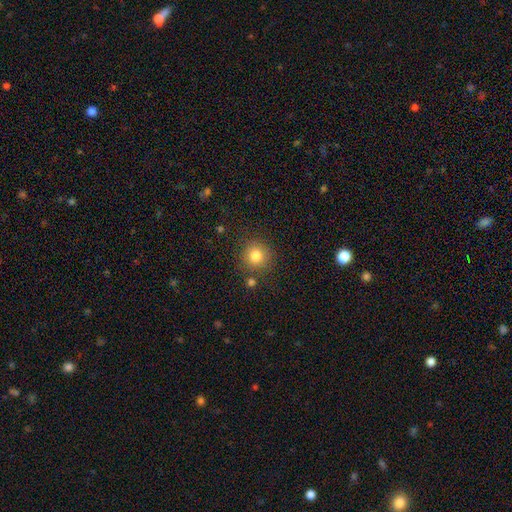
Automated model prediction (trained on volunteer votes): smooth_or_featured: smooth (p=0.81) [alt: star or artifact p=0.12]
how_rounded: round (p=0.92) [alt: in between p=0.07]
merging: none (p=0.82) [alt: minor disturbance p=0.09]